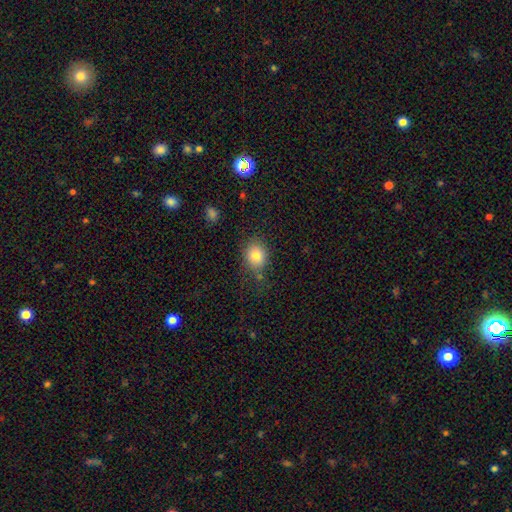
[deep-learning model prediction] Q: Smooth or featured?
A: smooth (81%); runner-up: star or artifact (10%)
Q: How rounded?
A: round (65%); runner-up: in between (34%)
Q: Merging?
A: none (75%); runner-up: minor disturbance (16%)